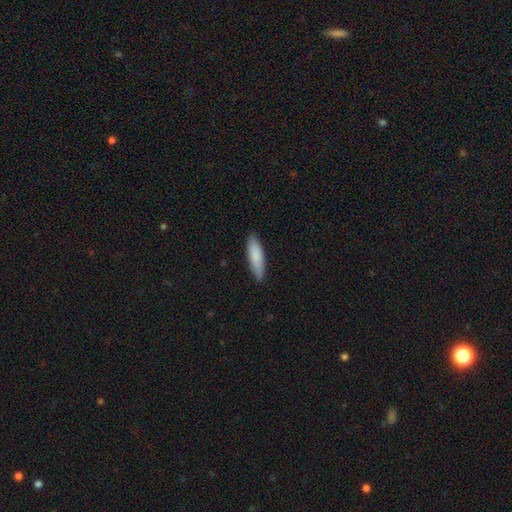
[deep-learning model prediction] A smooth galaxy with no disk features (84%) that is cigar-shaped (63%). Merging: none (86%).